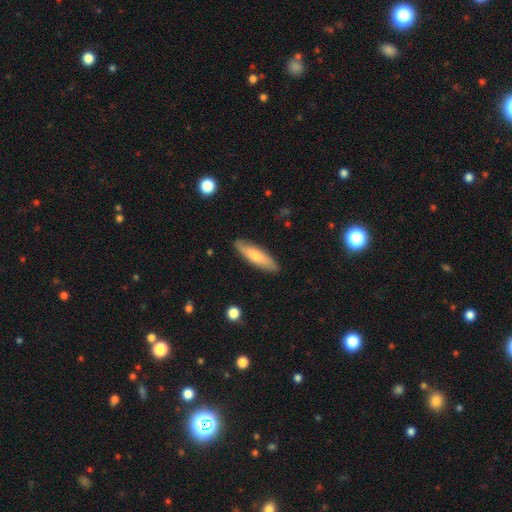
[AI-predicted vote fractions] Morphology: type=smooth (69%); roundness=cigar-shaped (66%); merging=none (86%).